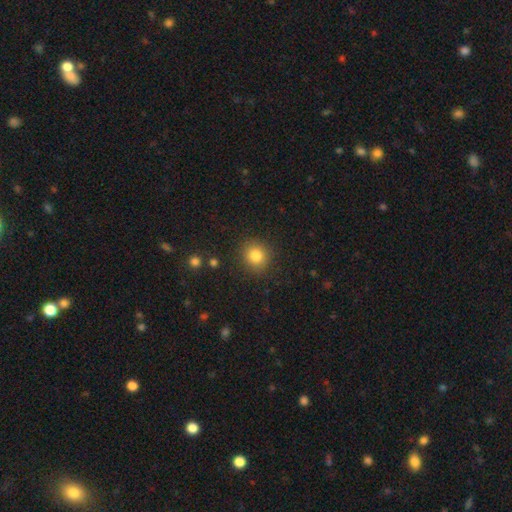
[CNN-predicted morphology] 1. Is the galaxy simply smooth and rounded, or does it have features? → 83% smooth, 11% star or artifact, 6% featured or disk.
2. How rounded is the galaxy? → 88% round, 11% in between, 1% cigar-shaped.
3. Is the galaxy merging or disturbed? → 88% none, 8% minor disturbance, 3% major disturbance, 2% merger.